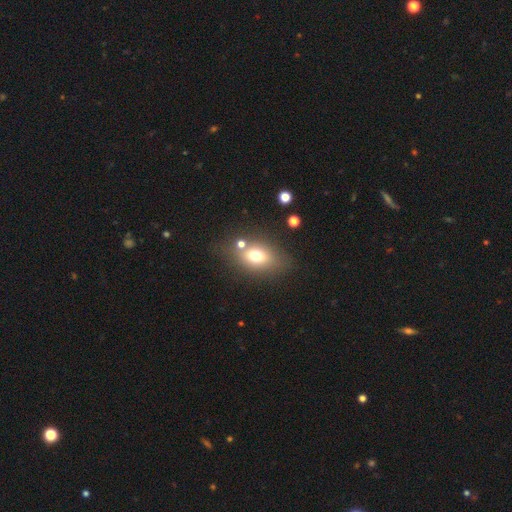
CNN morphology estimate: This is likely a smooth galaxy (70%). How rounded: likely in between (72%). Merging: likely none (66%).